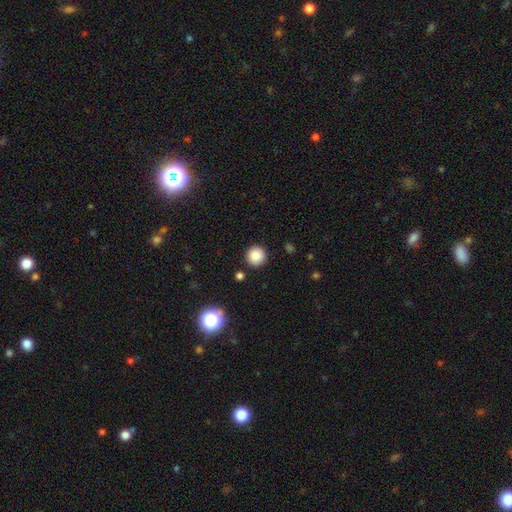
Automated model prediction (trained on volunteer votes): This appears to be a smooth galaxy with no disk features (86%) that is round (95%). Merging: none (90%).